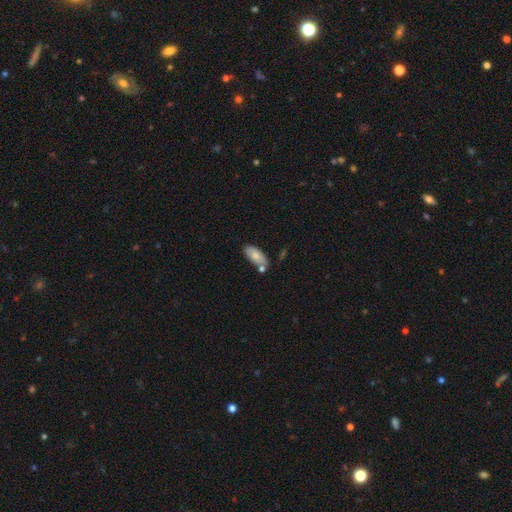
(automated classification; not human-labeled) smooth-or-featured: smooth: 78% | featured or disk: 15% | star or artifact: 6%
  how-rounded: in between: 90% | cigar-shaped: 8% | round: 2%
  merging: none: 64% | minor disturbance: 16% | merger: 16% | major disturbance: 4%